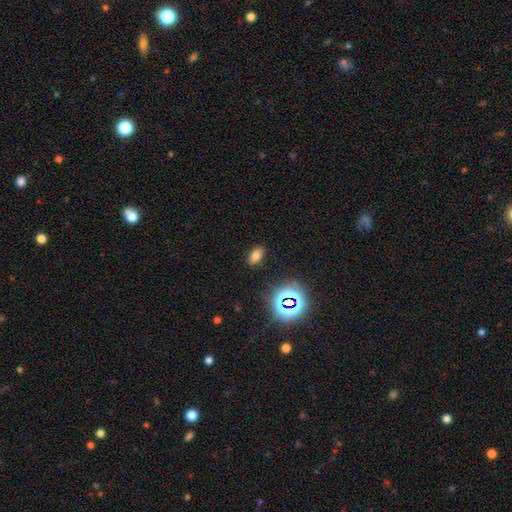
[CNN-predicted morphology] smooth_or_featured: smooth (p=0.71) [alt: star or artifact p=0.21]
how_rounded: in between (p=0.88) [alt: round p=0.09]
merging: none (p=0.87) [alt: minor disturbance p=0.09]